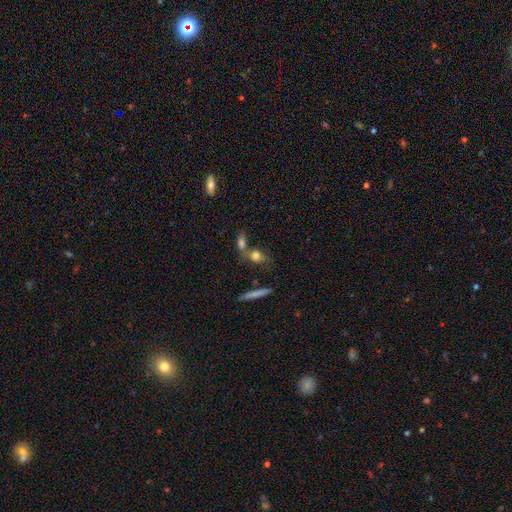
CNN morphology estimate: type=smooth (72%); roundness=in between (54%); merging=none (48%).